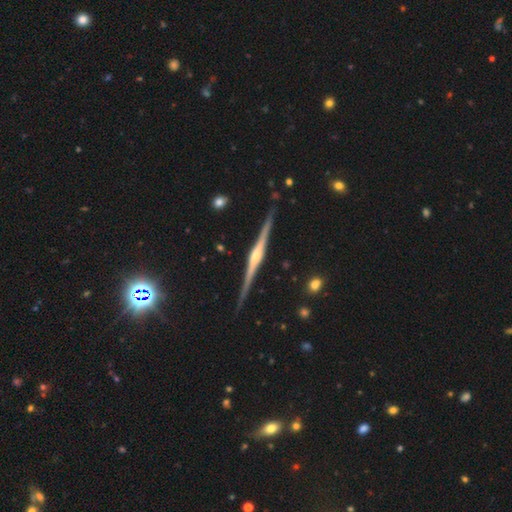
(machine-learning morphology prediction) Smooth or featured? featured or disk (87%)
Edge-on disk? yes (98%)
Edge-on bulge? rounded (79%)
Merging? none (90%)